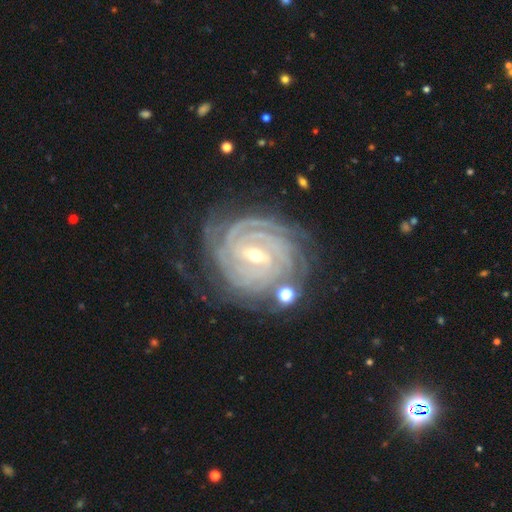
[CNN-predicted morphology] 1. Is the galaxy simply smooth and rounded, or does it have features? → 92% featured or disk, 5% star or artifact, 4% smooth.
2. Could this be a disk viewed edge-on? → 97% no, 3% yes.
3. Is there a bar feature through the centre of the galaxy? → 48% weak, 35% strong, 17% no.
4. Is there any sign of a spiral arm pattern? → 98% yes, 2% no.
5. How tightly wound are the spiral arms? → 87% tight, 11% medium, 2% loose.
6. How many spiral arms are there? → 34% 4, 21% more than 4, 16% can't tell, 14% 3, 8% 2, 6% 1.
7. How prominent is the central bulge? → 51% small, 46% moderate, 1% large, 1% none, 1% dominant.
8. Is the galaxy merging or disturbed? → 74% none, 17% minor disturbance, 6% major disturbance, 3% merger.